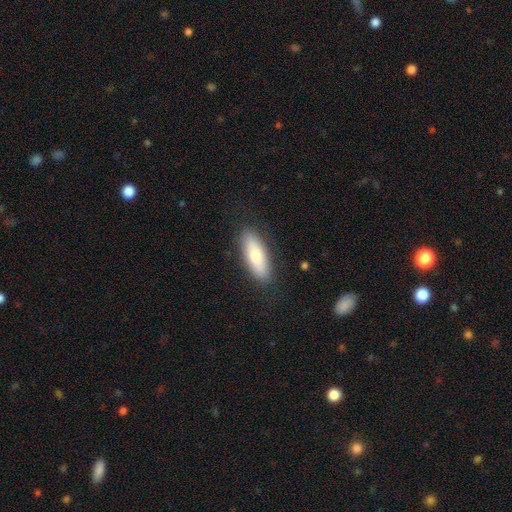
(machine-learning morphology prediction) A smooth galaxy with no disk features (77%) that is in between round and cigar-shaped (66%).

Vote fractions:
- Smooth or featured? smooth: 77% / featured or disk: 18% / star or artifact: 5%
- How rounded? in between: 66% / cigar-shaped: 32% / round: 2%
- Merging? none: 86% / minor disturbance: 10% / major disturbance: 2% / merger: 1%